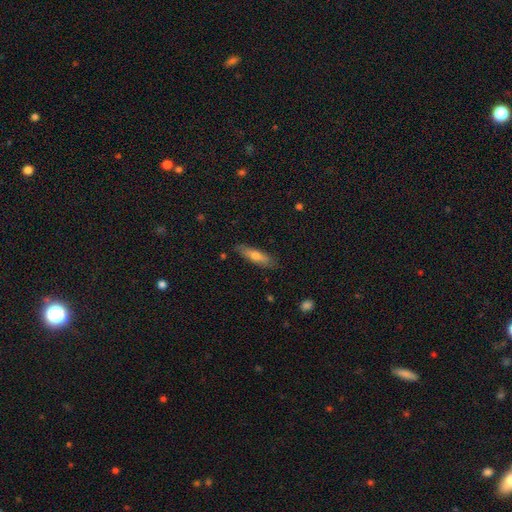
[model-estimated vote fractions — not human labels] The model was most divided on "smooth or featured": smooth: 59%, featured or disk: 34%, star or artifact: 6%. More confident: merging — none (84%); how rounded — cigar-shaped (70%).